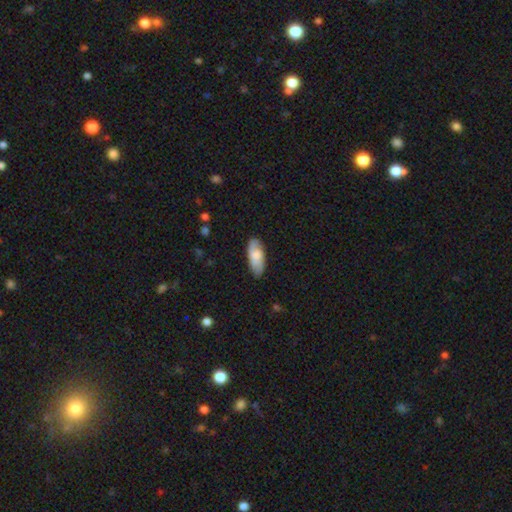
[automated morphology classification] smooth 69%, featured or disk 24%, star or artifact 6%. Down the decision tree: how rounded — in between (84%); merging — none (79%).